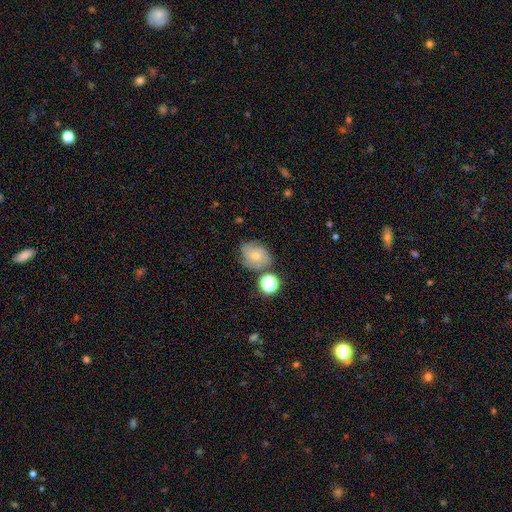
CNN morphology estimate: This is possibly a smooth galaxy (49%). Merging: likely none (60%).